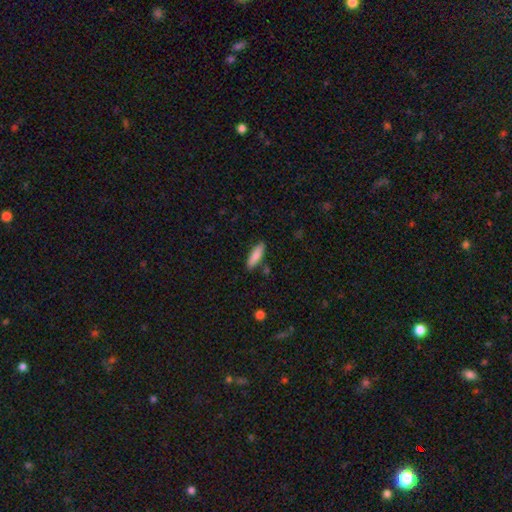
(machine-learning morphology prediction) Q: Smooth or featured?
A: smooth (85%); runner-up: featured or disk (9%)
Q: How rounded?
A: cigar-shaped (55%); runner-up: in between (44%)
Q: Merging?
A: none (85%); runner-up: minor disturbance (10%)